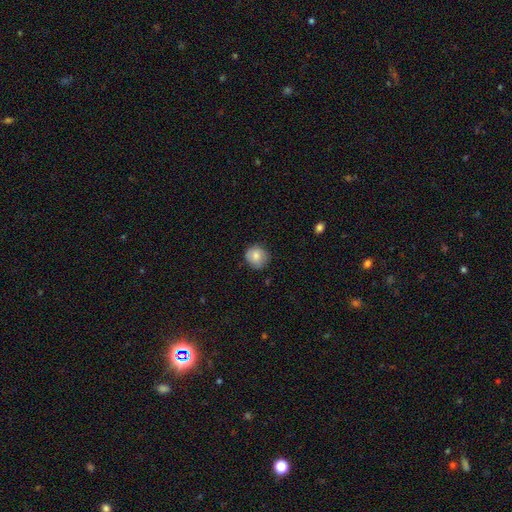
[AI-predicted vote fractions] This appears to be a smooth galaxy with no disk features (79%) that is round (88%). Merging: none (79%).